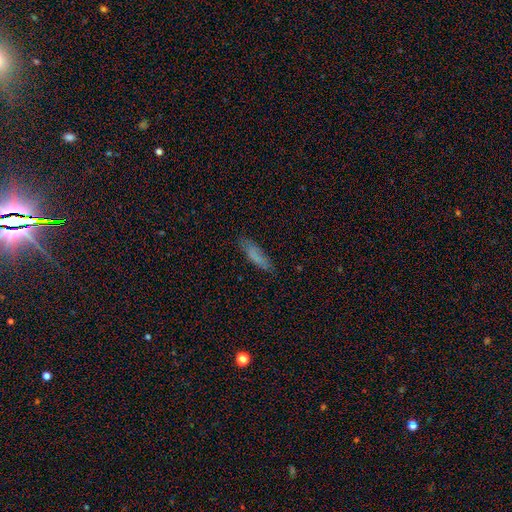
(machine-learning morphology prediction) A smooth galaxy with no disk features (74%) that is cigar-shaped (65%). Merging: none (74%).